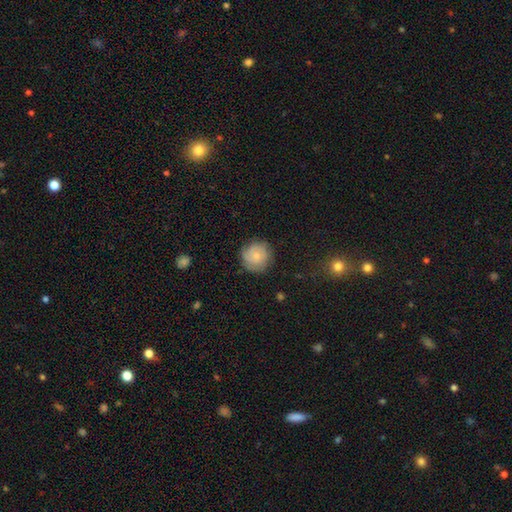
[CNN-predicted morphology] The model was most divided on "smooth or featured": smooth: 55%, featured or disk: 36%, star or artifact: 9%. More confident: how rounded — round (91%); merging — none (75%).